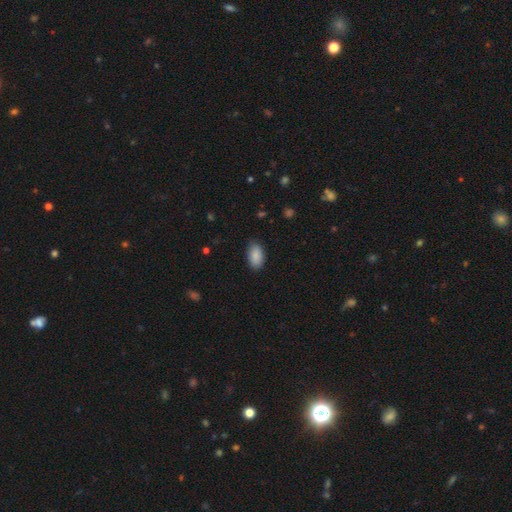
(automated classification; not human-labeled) A smooth galaxy with no disk features (89%) that is in between round and cigar-shaped (93%). Merging: none (84%).